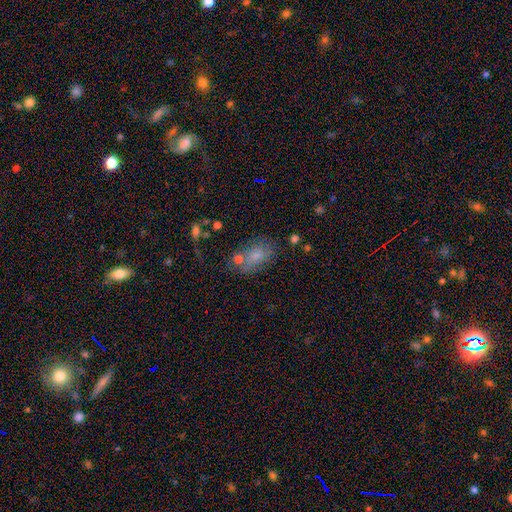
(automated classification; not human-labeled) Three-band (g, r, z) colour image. It shows a smooth galaxy with no disk features (66%) that is in between round and cigar-shaped (86%). Merging: none (54%).